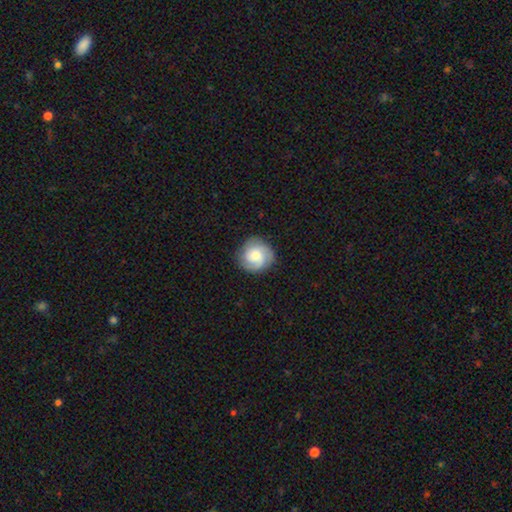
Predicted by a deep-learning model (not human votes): This appears to be a featured or disk galaxy (56%) with no bar (73%), 3 (39%) tight (54%) spiral arms (93%) and a moderate central bulge (48%). Merging: none (83%).